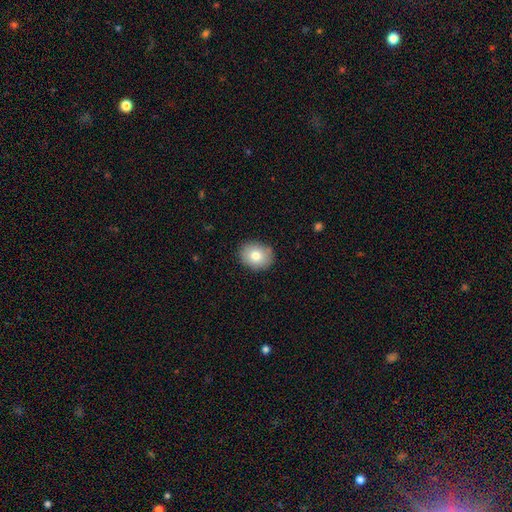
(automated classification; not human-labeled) Overall: smooth (79%). How rounded: in between (51%; round 48%). Merging: none (86%).